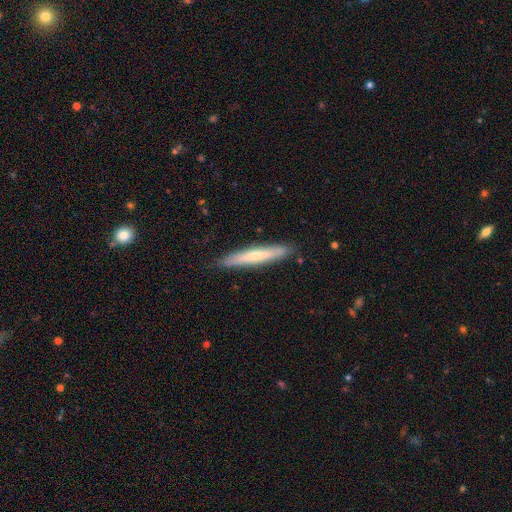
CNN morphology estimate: The model was most divided on "smooth or featured": smooth: 56%, featured or disk: 39%, star or artifact: 6%. More confident: how rounded — cigar-shaped (94%); merging — none (88%).